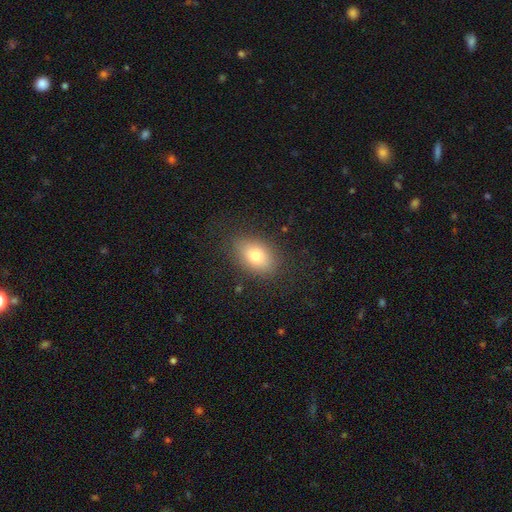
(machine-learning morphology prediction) Overall: smooth (76%). How rounded: in between (80%). Merging: none (83%).